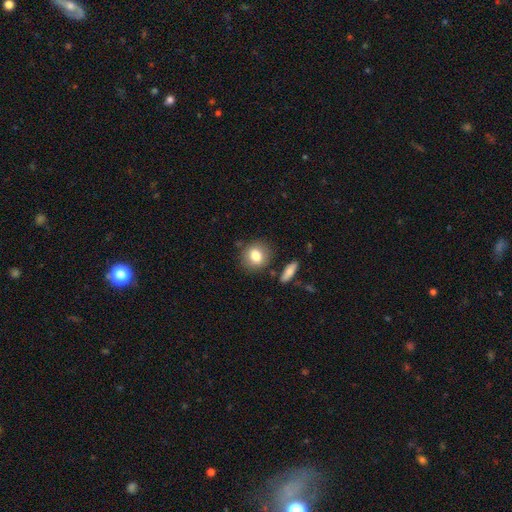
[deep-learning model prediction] Morphology: type=smooth (80%); roundness=round (77%); merging=none (81%).